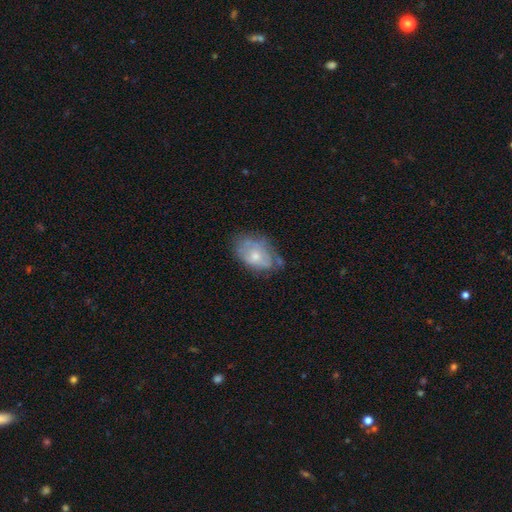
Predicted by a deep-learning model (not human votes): smooth_or_featured: smooth (p=0.46) [tied with: featured or disk p=0.46]
merging: none (p=0.49) [alt: minor disturbance p=0.33]